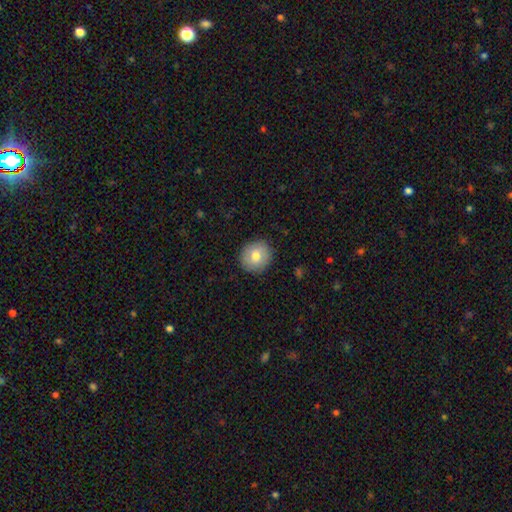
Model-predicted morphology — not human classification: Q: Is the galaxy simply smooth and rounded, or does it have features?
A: smooth — 77%.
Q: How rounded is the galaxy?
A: round — 86%.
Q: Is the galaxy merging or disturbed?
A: none — 89%.